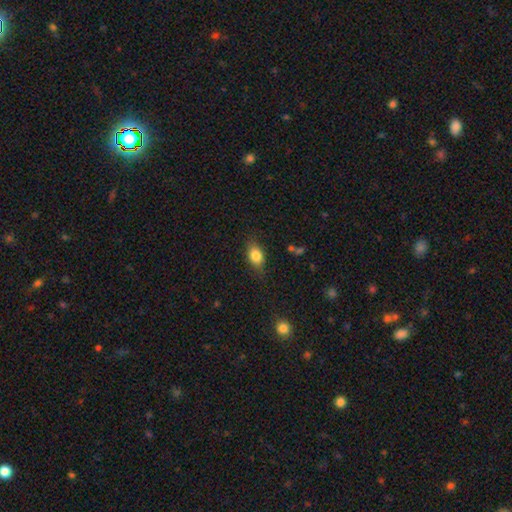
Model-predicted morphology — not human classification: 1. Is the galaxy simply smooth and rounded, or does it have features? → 82% smooth, 10% featured or disk, 8% star or artifact.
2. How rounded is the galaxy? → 82% in between, 13% round, 4% cigar-shaped.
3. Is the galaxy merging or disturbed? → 78% none, 16% minor disturbance, 4% major disturbance, 1% merger.